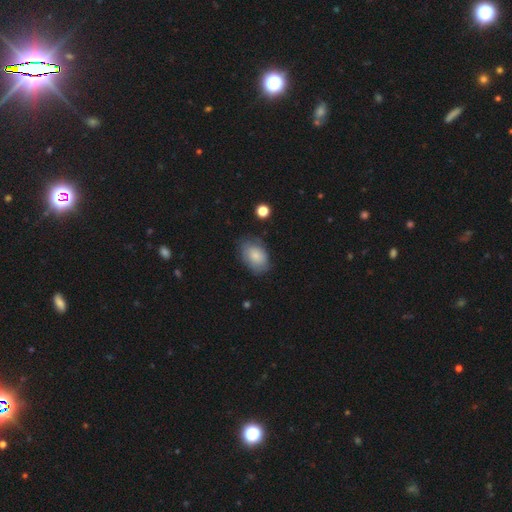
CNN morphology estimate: Smooth or featured: smooth — 75% (featured or disk — 18%)
How rounded: in between — 85% (round — 14%)
Merging: none — 69% (minor disturbance — 23%)